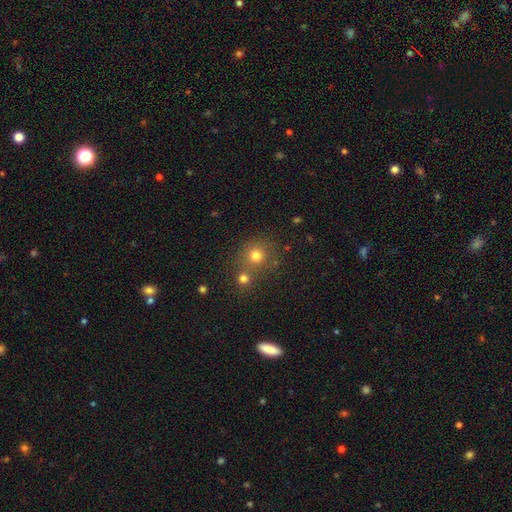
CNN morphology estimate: A smooth galaxy with no disk features (75%) that is round (89%). Merging: none (63%).